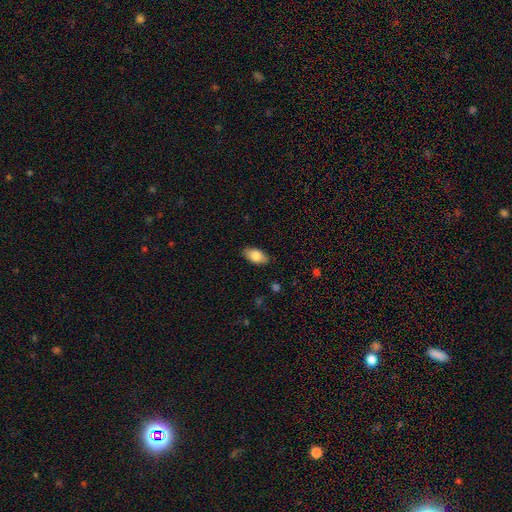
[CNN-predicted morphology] Overall: smooth (82%). How rounded: in between (93%). Merging: none (86%).